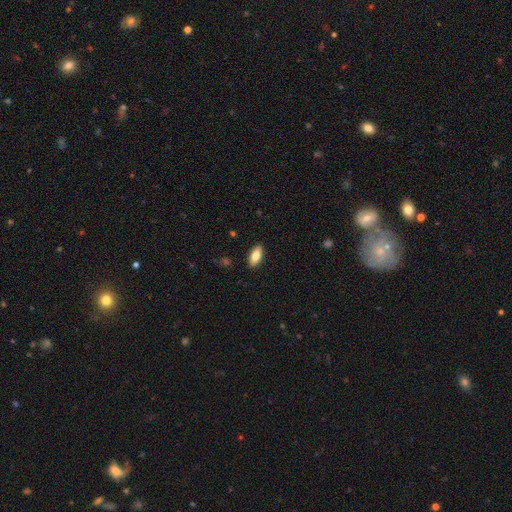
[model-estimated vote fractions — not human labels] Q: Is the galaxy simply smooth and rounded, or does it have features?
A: smooth — 78%.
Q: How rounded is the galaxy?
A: in between — 86%.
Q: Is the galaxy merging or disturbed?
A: none — 90%.